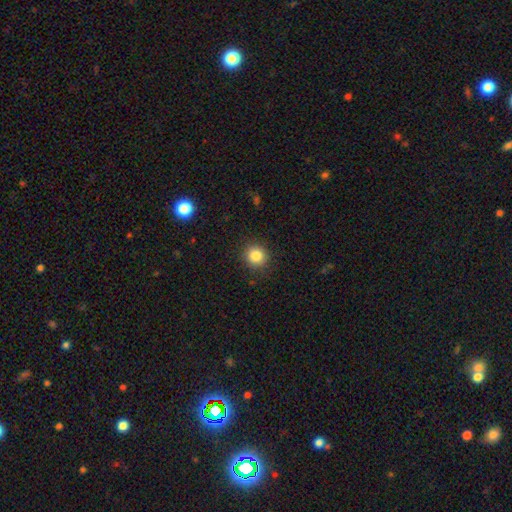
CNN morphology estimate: A smooth galaxy with no disk features (84%) that is round (90%). Merging: none (90%).